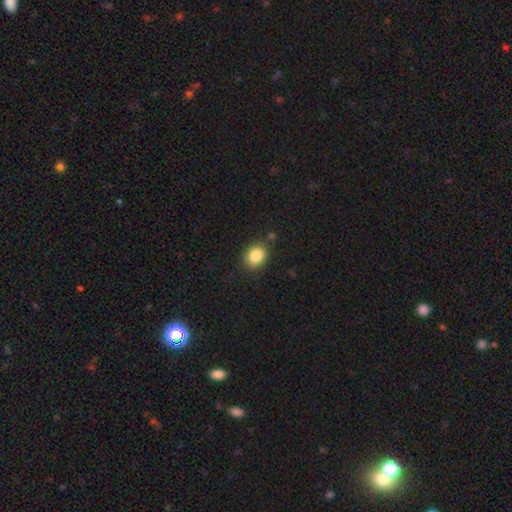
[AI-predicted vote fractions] Overall: smooth (85%). How rounded: round (56%; in between 43%). Merging: none (84%).